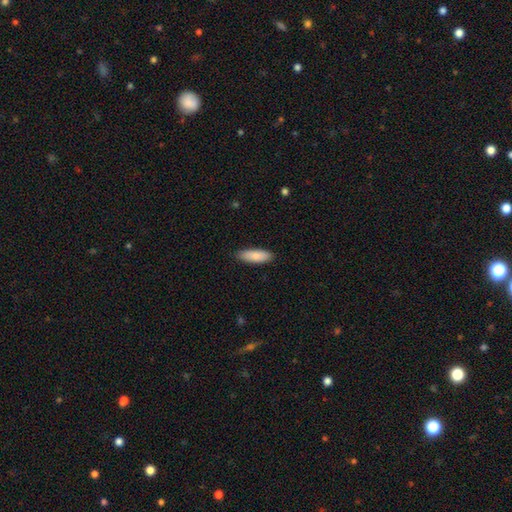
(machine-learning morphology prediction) Smooth or featured? Predicted: smooth (p=0.85). How rounded? Predicted: in between (p=0.62). Merging? Predicted: none (p=0.88).